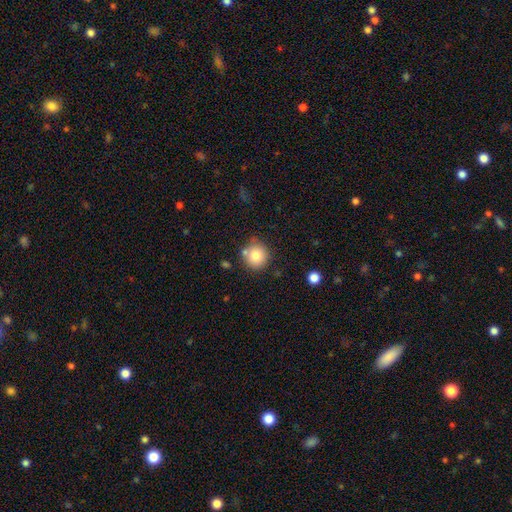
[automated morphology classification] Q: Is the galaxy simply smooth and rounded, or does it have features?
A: smooth — 79%.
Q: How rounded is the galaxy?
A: round — 91%.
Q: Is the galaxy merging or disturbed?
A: none — 74%.